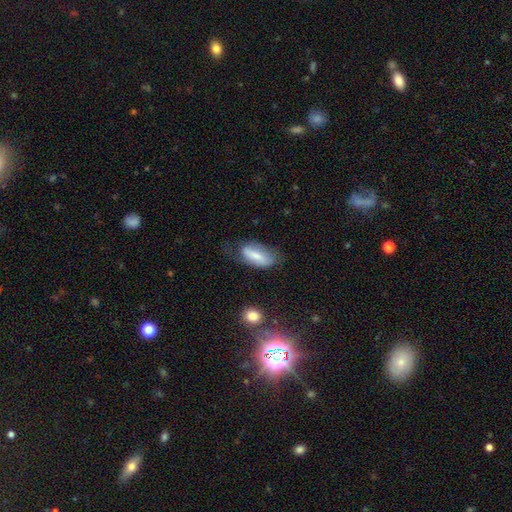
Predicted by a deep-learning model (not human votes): Morphology: type=smooth (64%); roundness=in between (84%); merging=none (56%).